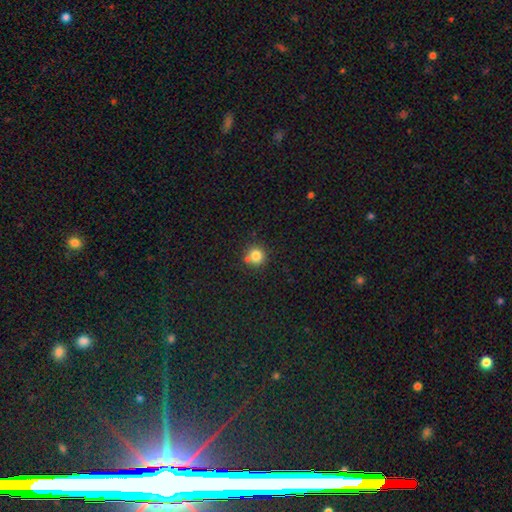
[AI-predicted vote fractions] This is clearly a smooth galaxy (81%). How rounded: clearly round (93%). Merging: likely none (72%).